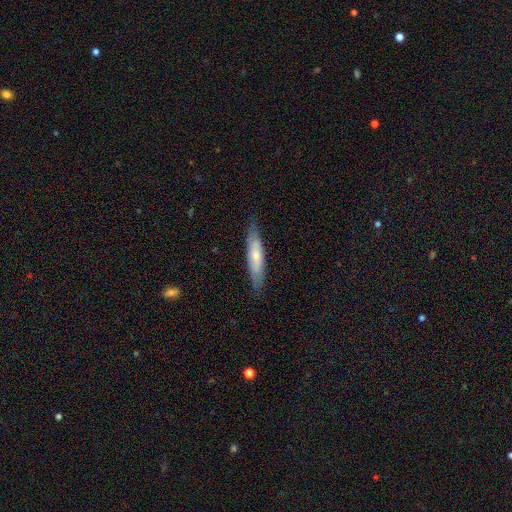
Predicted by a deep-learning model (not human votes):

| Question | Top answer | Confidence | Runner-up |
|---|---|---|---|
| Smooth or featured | smooth | 58% | featured or disk (36%) |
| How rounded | cigar-shaped | 79% | in between (20%) |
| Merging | none | 82% | minor disturbance (14%) |